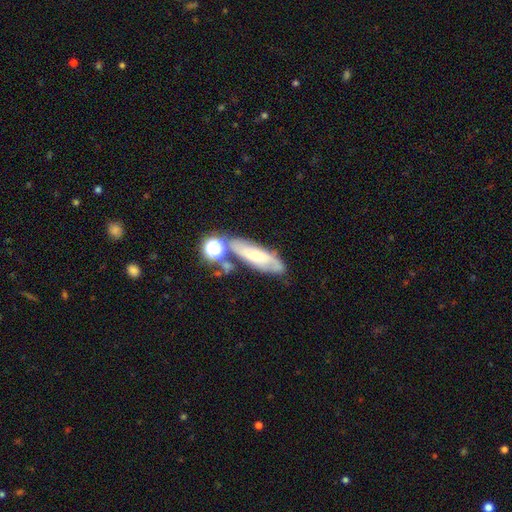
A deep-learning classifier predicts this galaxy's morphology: This appears to be a featured or disk galaxy (53%). Merging: none (58%).